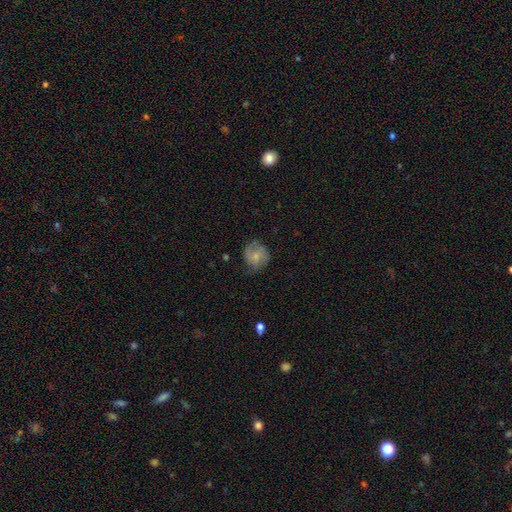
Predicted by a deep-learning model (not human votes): Overall: smooth (51%; featured or disk 41%). How rounded: round (81%). Merging: none (65%).